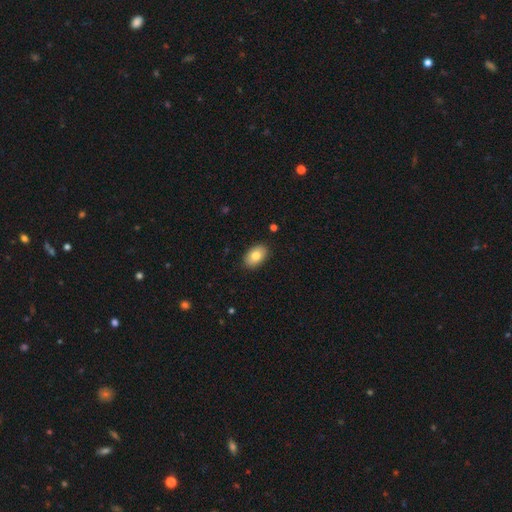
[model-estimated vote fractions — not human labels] Overall: smooth (81%). How rounded: in between (90%). Merging: none (89%).